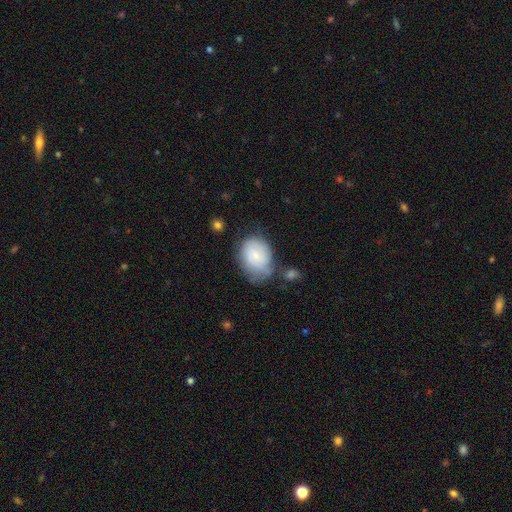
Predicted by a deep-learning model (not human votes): The model was most divided on "merging": none: 49%, minor disturbance: 30%, major disturbance: 12%, merger: 9%. More confident: how rounded — in between (63%); smooth or featured — smooth (62%).